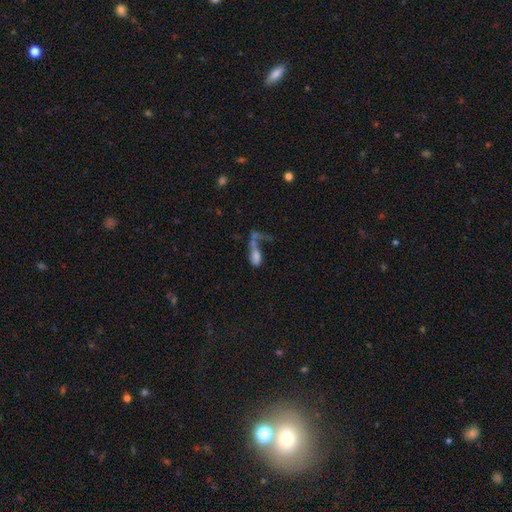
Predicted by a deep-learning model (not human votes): smooth 49%, featured or disk 32%, star or artifact 19%. Down the decision tree: merging — merger (40%).